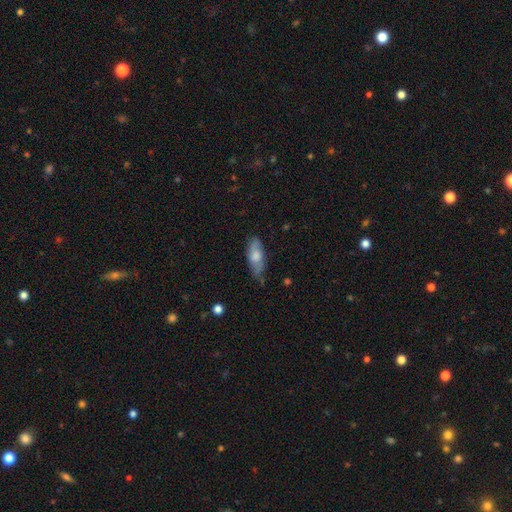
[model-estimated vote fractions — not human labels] Overall: smooth (61%; featured or disk 33%). How rounded: in between (76%). Merging: none (63%; minor disturbance 28%).